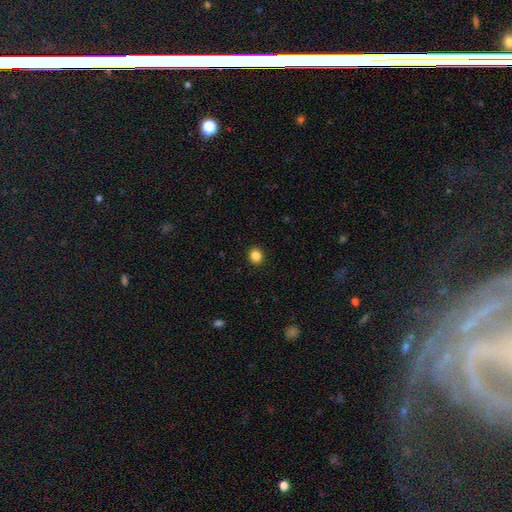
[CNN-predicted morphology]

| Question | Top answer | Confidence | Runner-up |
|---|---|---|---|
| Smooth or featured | smooth | 86% | star or artifact (10%) |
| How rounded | round | 81% | in between (18%) |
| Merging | none | 92% | minor disturbance (5%) |